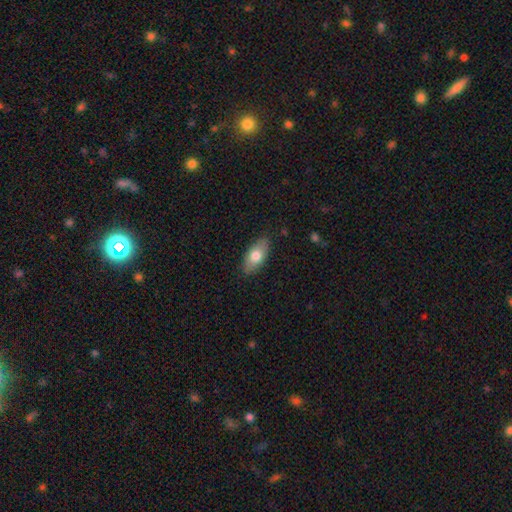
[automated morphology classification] A smooth galaxy with no disk features (73%) that is in between round and cigar-shaped (88%).

Vote fractions:
- Smooth or featured? smooth: 73% / featured or disk: 21% / star or artifact: 6%
- How rounded? in between: 88% / cigar-shaped: 9% / round: 3%
- Merging? none: 86% / minor disturbance: 11% / major disturbance: 2% / merger: 1%